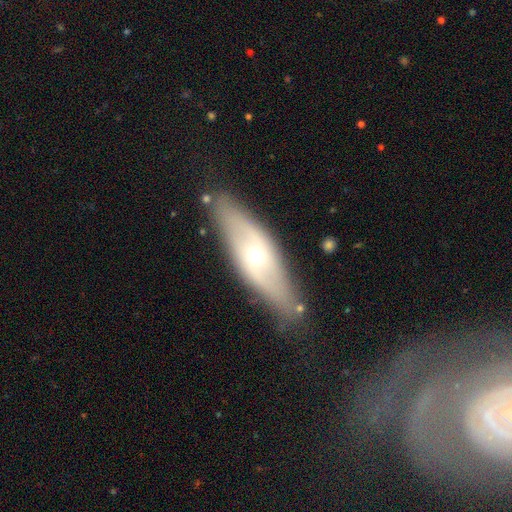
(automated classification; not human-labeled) Smooth or featured? Predicted: featured or disk (p=0.62). Edge-on disk? Predicted: no (p=0.69). Merging? Predicted: none (p=0.79).